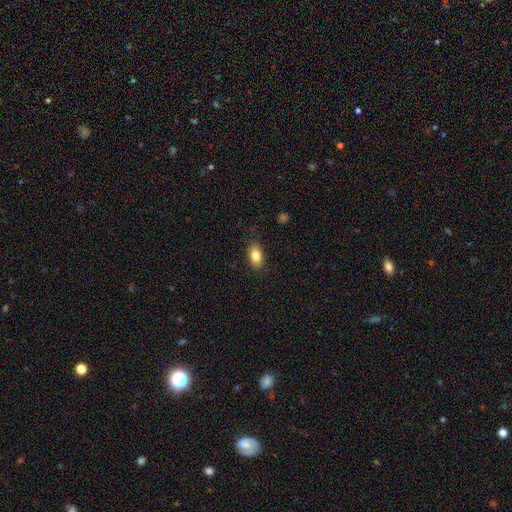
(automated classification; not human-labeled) The model was most divided on "merging": none: 86%, minor disturbance: 11%, major disturbance: 2%, merger: 1%. More confident: how rounded — in between (89%); smooth or featured — smooth (83%).